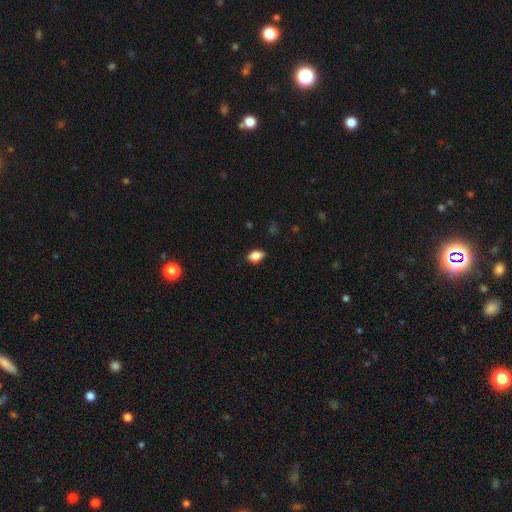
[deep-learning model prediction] Overall: smooth (84%). How rounded: in between (85%). Merging: none (79%).